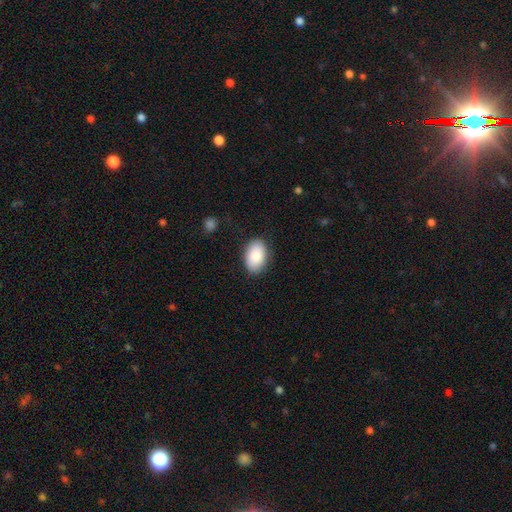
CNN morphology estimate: Overall: smooth (87%). How rounded: in between (92%). Merging: none (84%).